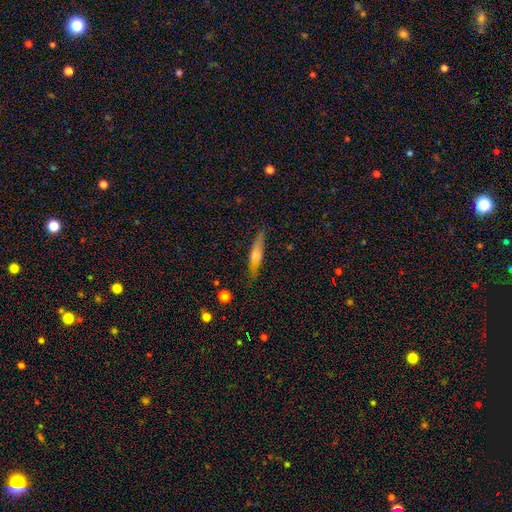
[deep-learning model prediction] smooth_or_featured: featured or disk (p=0.49) [alt: smooth p=0.44]
merging: none (p=0.85) [alt: minor disturbance p=0.11]